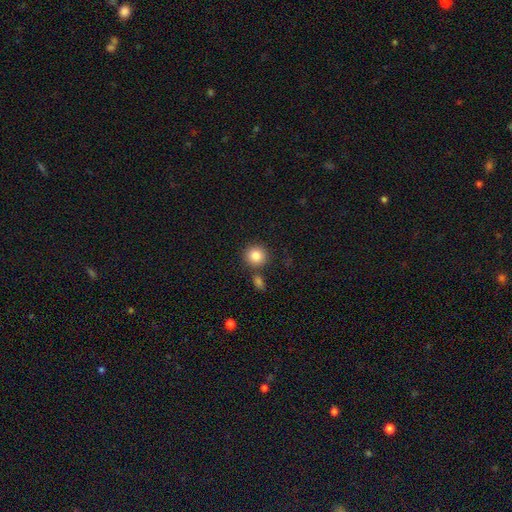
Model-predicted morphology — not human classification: type=smooth (85%); roundness=round (90%); merging=none (80%).